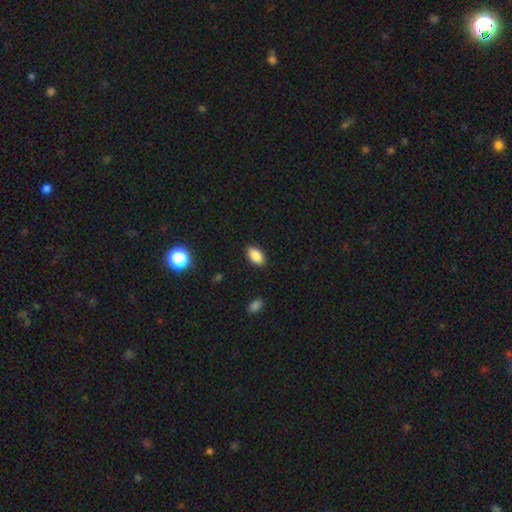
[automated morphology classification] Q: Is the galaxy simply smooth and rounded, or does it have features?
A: smooth — 87%.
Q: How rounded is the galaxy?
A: in between — 92%.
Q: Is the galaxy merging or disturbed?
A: none — 88%.